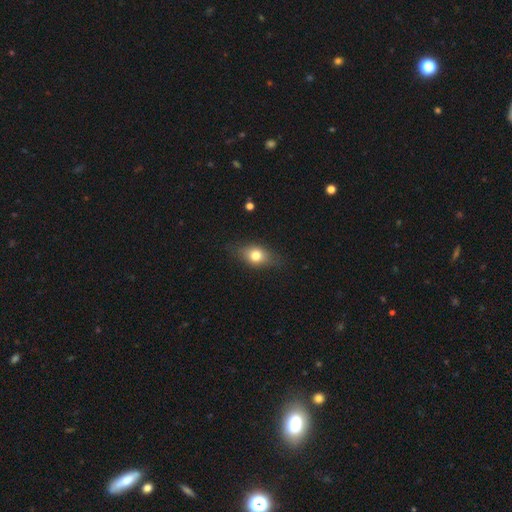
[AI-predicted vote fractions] Smooth or featured: smooth — 71% (featured or disk — 19%)
How rounded: in between — 67% (round — 27%)
Merging: none — 77% (minor disturbance — 17%)